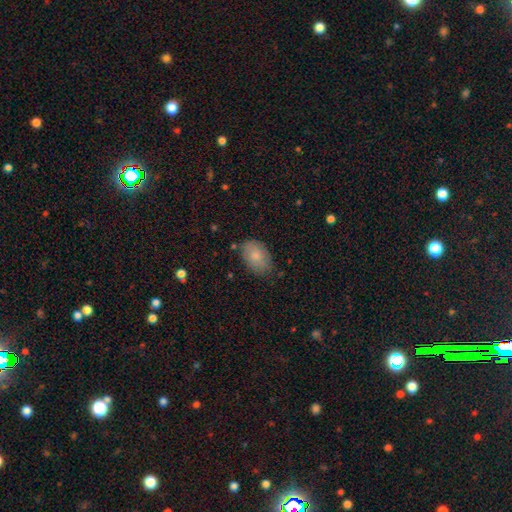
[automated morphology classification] Overall: smooth (80%). How rounded: in between (88%). Merging: none (77%).